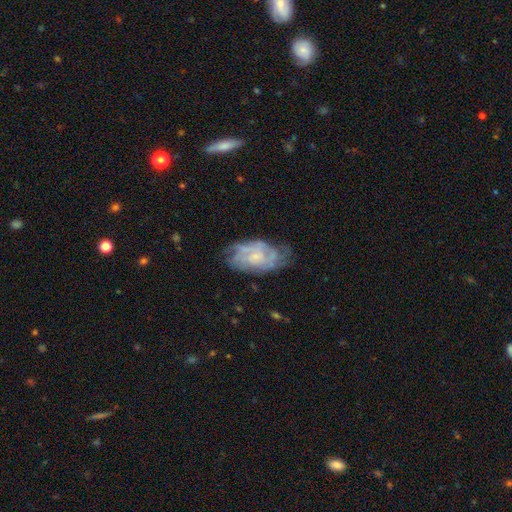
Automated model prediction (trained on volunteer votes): This appears to be a featured or disk galaxy (70%) with no bar (68%), tight (53%) spiral arms (78%) and a small central bulge (53%). Merging: none (59%).